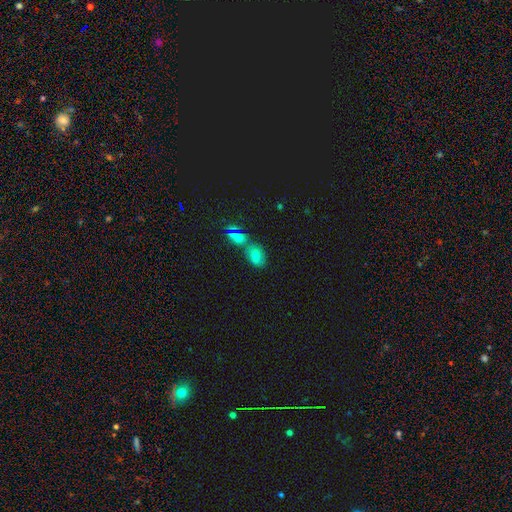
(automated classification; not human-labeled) This appears to be a smooth galaxy with no disk features (60%) that is in between round and cigar-shaped (82%). Merging: none (41%).